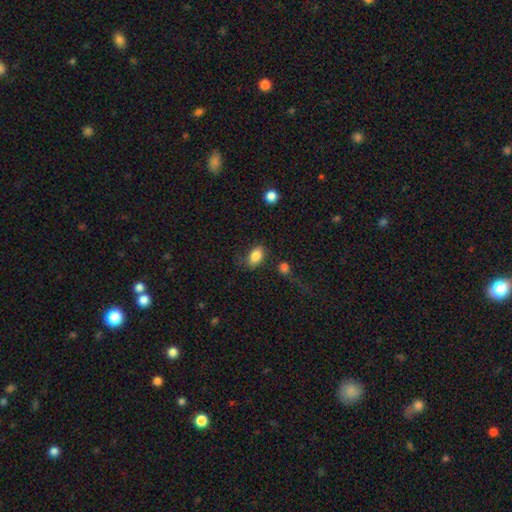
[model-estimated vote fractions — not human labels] A smooth galaxy with no disk features (84%) that is in between round and cigar-shaped (88%).

Vote fractions:
- Smooth or featured? smooth: 84% / star or artifact: 8% / featured or disk: 8%
- How rounded? in between: 88% / round: 10% / cigar-shaped: 2%
- Merging? none: 70% / minor disturbance: 18% / major disturbance: 7% / merger: 5%